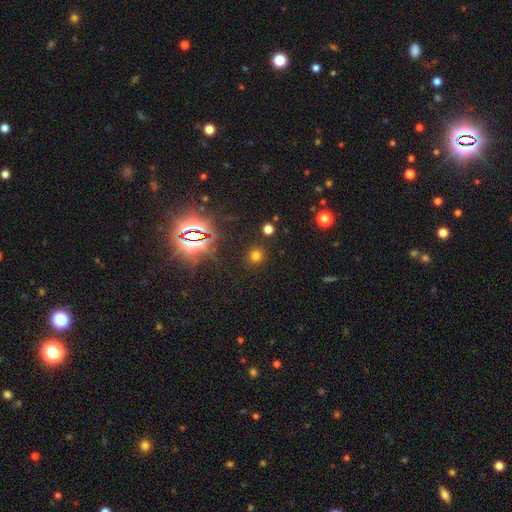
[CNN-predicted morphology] The model was most divided on "smooth or featured": smooth: 66%, star or artifact: 28%, featured or disk: 6%. More confident: how rounded — round (91%); merging — none (87%).